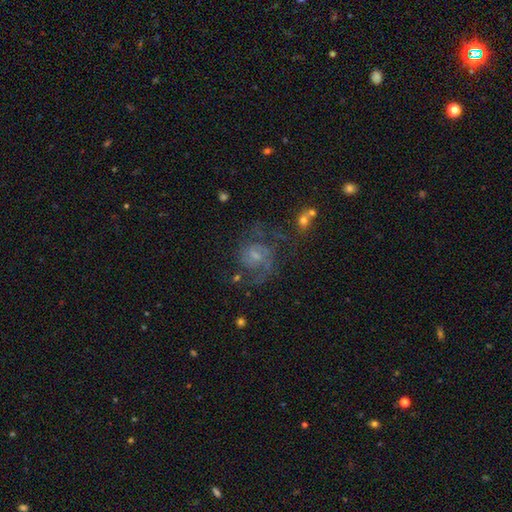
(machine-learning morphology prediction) featured or disk 73%, smooth 15%, star or artifact 12%. Down the decision tree: edge-on disk — no (98%); bar — weak (47%); spiral arms — yes (89%); spiral arm count — 2 (56%); spiral winding — medium (49%); bulge size — small (49%); merging — none (55%).